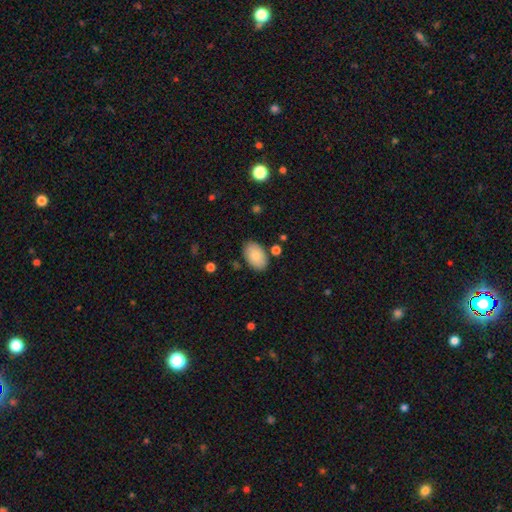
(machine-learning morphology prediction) Overall: smooth (83%). How rounded: in between (93%). Merging: none (84%).